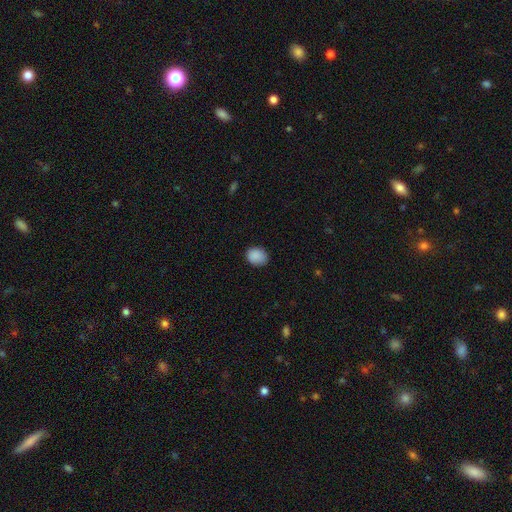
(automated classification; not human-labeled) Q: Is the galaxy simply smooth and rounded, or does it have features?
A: smooth — 89%.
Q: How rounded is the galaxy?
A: round — 52%.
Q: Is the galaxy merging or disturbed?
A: none — 82%.